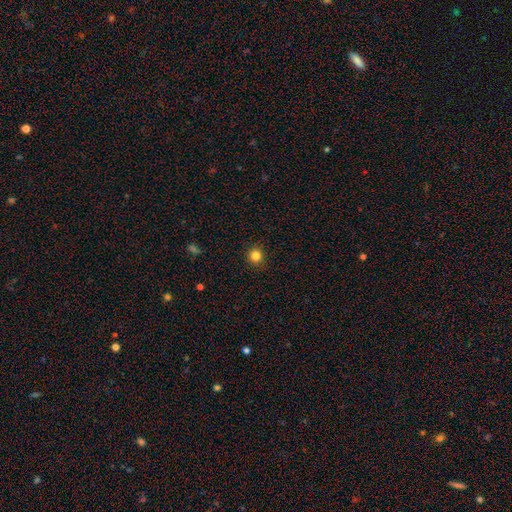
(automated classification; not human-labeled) Smooth or featured? smooth (83%)
How rounded? round (93%)
Merging? none (92%)